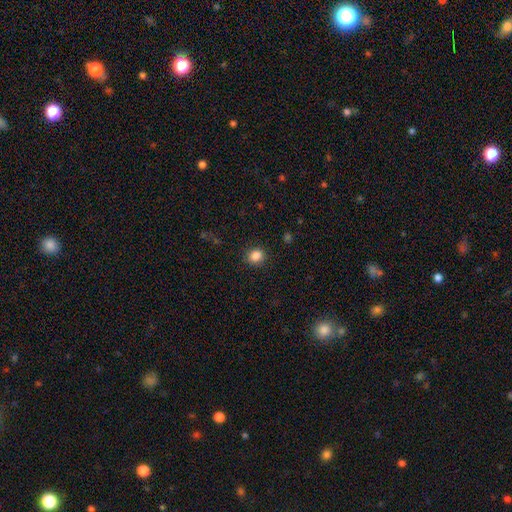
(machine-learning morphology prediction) smooth_or_featured: smooth (p=0.85) [alt: star or artifact p=0.11]
how_rounded: round (p=0.68) [alt: in between p=0.31]
merging: none (p=0.88) [alt: minor disturbance p=0.08]